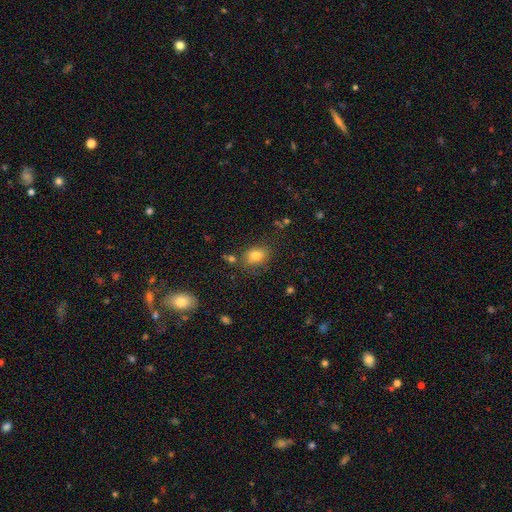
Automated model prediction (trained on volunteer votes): Q: Smooth or featured?
A: smooth (80%); runner-up: star or artifact (11%)
Q: How rounded?
A: in between (58%); runner-up: round (41%)
Q: Merging?
A: none (71%); runner-up: minor disturbance (18%)